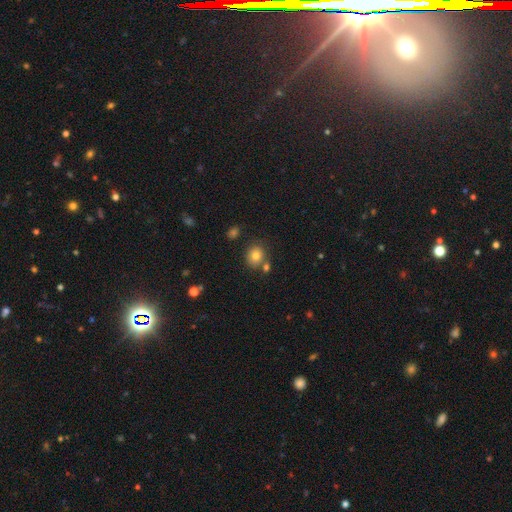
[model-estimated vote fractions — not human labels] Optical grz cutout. It shows a smooth galaxy with no disk features (78%) that is round (75%). Merging: none (71%).